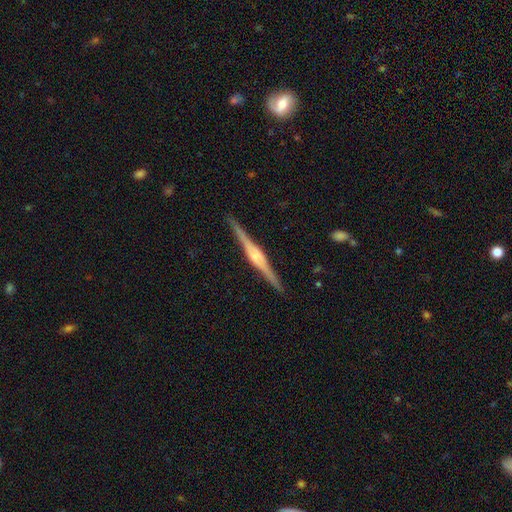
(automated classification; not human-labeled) This appears to be a featured or disk galaxy (86%) viewed edge-on (99%) with a rounded central bulge (70%). Merging: none (92%).